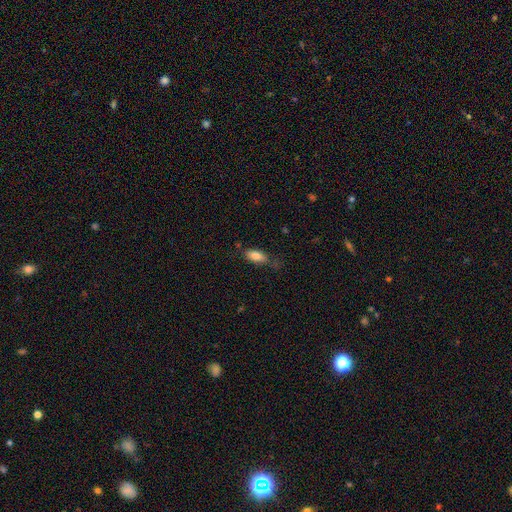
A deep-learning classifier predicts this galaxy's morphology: smooth 82%, featured or disk 11%, star or artifact 8%. Down the decision tree: how rounded — in between (82%); merging — none (59%).